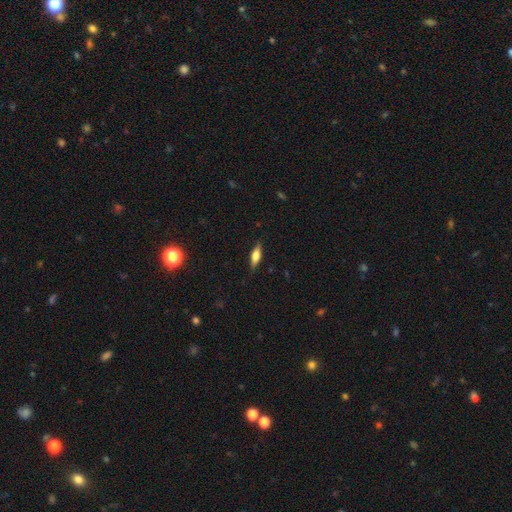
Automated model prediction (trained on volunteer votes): Q: Smooth or featured?
A: smooth (56%); runner-up: featured or disk (36%)
Q: How rounded?
A: in between (51%); runner-up: cigar-shaped (46%)
Q: Merging?
A: none (85%); runner-up: minor disturbance (12%)